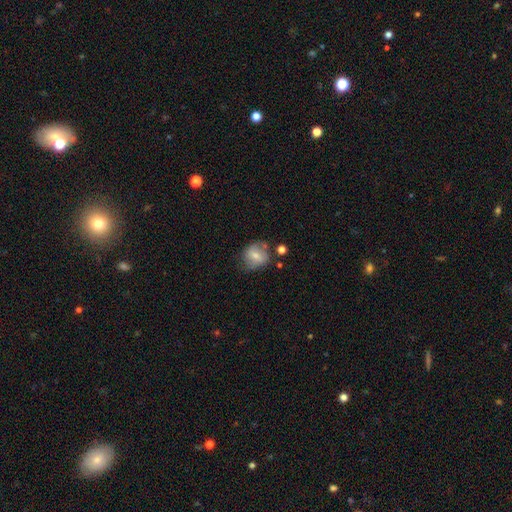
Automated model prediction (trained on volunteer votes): Smooth or featured? Predicted: smooth (p=0.63). How rounded? Predicted: round (p=0.66). Merging? Predicted: none (p=0.59).